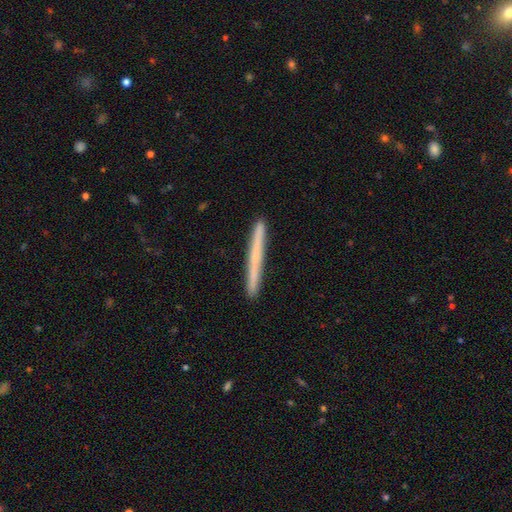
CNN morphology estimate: smooth_or_featured: smooth (p=0.56) [alt: featured or disk p=0.38]
how_rounded: cigar-shaped (p=0.97) [alt: in between p=0.01]
merging: none (p=0.92) [alt: minor disturbance p=0.06]